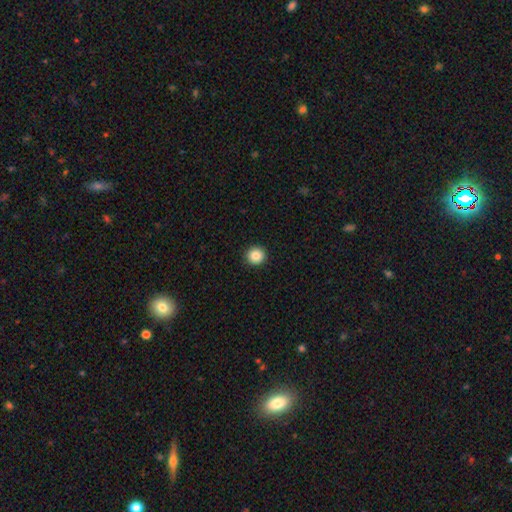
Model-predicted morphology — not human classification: smooth_or_featured: smooth (p=0.86) [alt: star or artifact p=0.09]
how_rounded: round (p=0.94) [alt: in between p=0.05]
merging: none (p=0.93) [alt: minor disturbance p=0.04]